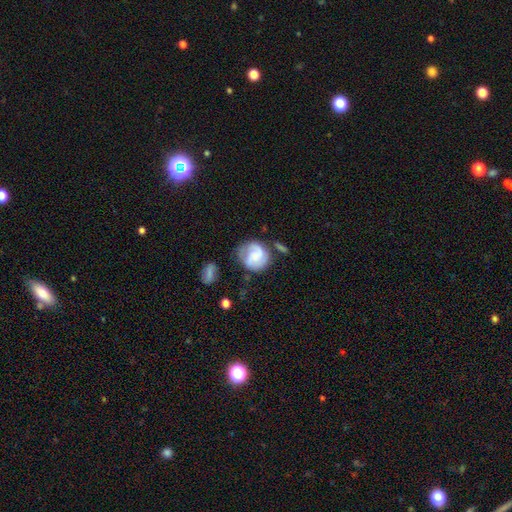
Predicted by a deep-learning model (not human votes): This appears to be a featured or disk galaxy (58%) with no bar (55%), 2 (65%) tight (42%) spiral arms (88%) and a small central bulge (38%). Merging: none (52%).